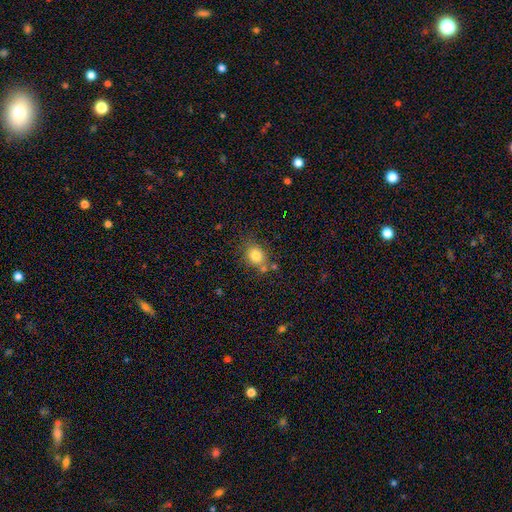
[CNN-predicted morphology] type=smooth (80%); roundness=round (57%); merging=none (67%).